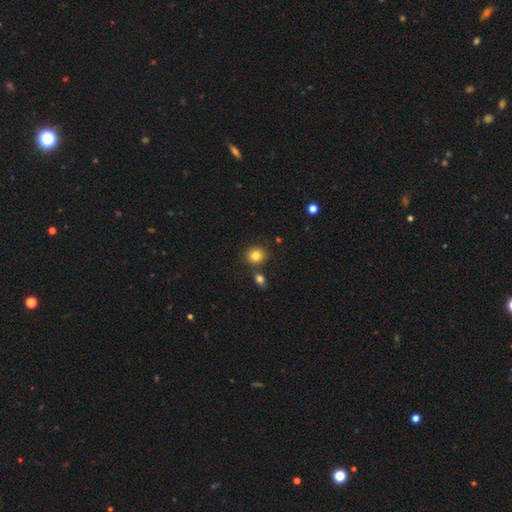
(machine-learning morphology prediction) The model was most divided on "how rounded": round: 82%, in between: 17%, cigar-shaped: 1%. More confident: smooth or featured — smooth (83%); merging — none (77%).